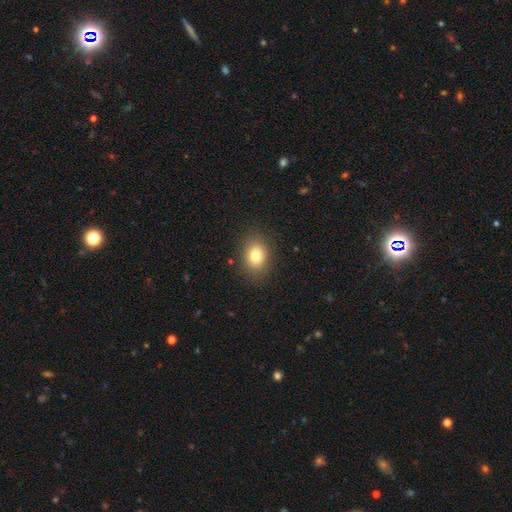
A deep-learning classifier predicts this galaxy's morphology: A smooth galaxy with no disk features (80%) that is in between round and cigar-shaped (56%). Merging: none (87%).